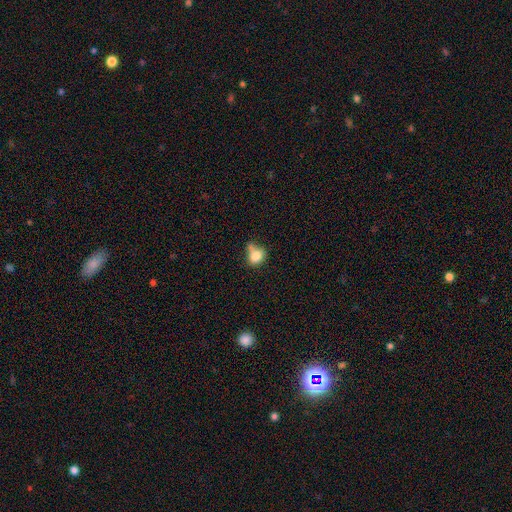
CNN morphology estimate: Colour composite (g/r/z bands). It shows a smooth galaxy with no disk features (79%) that is in between round and cigar-shaped (50%). Merging: none (38%).